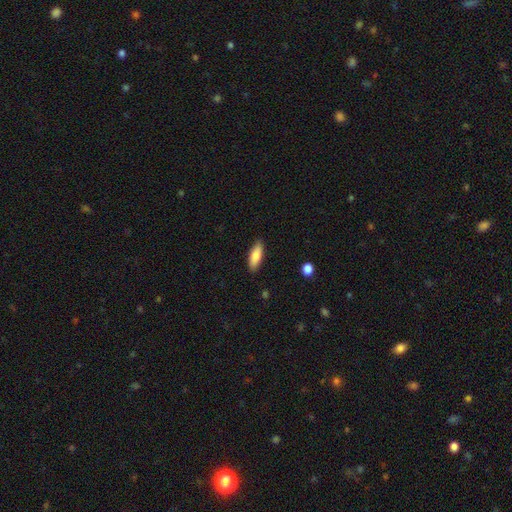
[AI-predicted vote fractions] Morphology: type=smooth (81%); roundness=in between (61%); merging=none (88%).